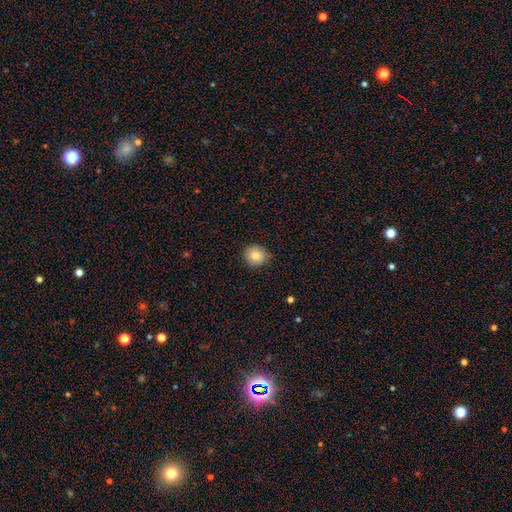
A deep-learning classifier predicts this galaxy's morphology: This is clearly a smooth galaxy (84%). How rounded: clearly round (87%). Merging: clearly none (84%).